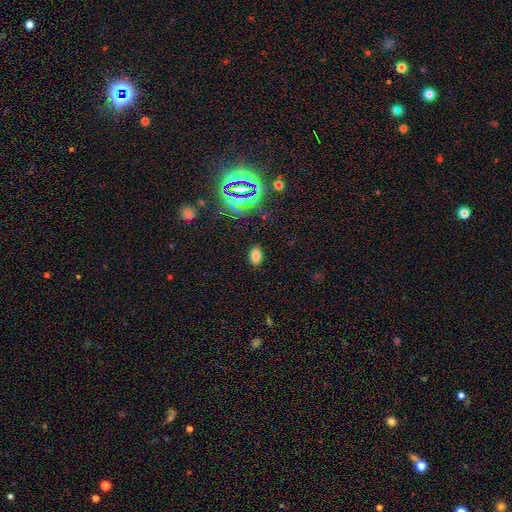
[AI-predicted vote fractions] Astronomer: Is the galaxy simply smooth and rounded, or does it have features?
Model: smooth — 73%.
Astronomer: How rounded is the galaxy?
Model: in between — 88%.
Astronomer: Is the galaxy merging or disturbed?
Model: none — 87%.